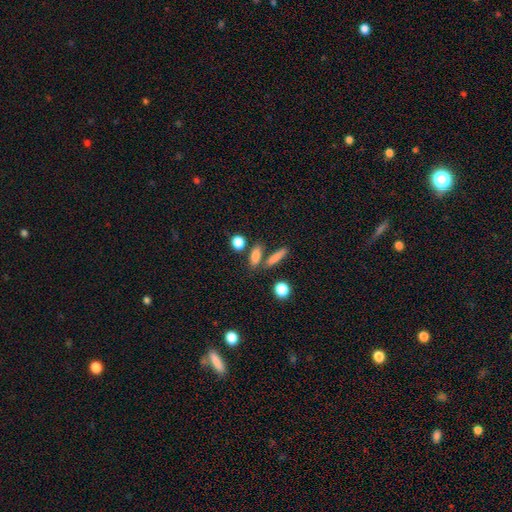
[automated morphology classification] This is clearly a smooth galaxy (81%). How rounded: possibly in between (49%). Merging: likely none (70%).